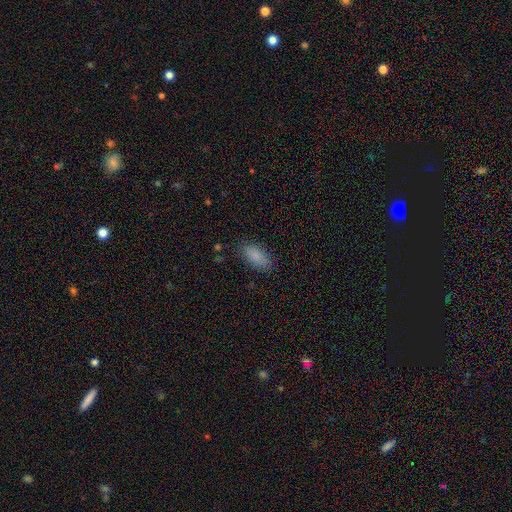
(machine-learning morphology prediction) smooth 87%, star or artifact 7%, featured or disk 6%. Down the decision tree: how rounded — in between (87%); merging — none (83%).